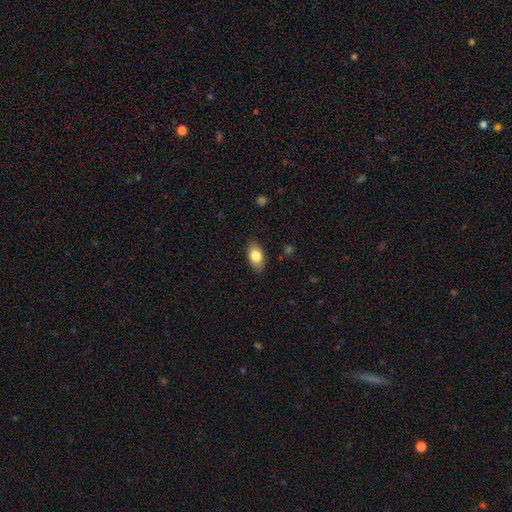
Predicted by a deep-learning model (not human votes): A smooth galaxy with no disk features (81%) that is in between round and cigar-shaped (91%).

Vote fractions:
- Smooth or featured? smooth: 81% / featured or disk: 12% / star or artifact: 7%
- How rounded? in between: 91% / round: 5% / cigar-shaped: 4%
- Merging? none: 86% / minor disturbance: 11% / major disturbance: 2% / merger: 1%